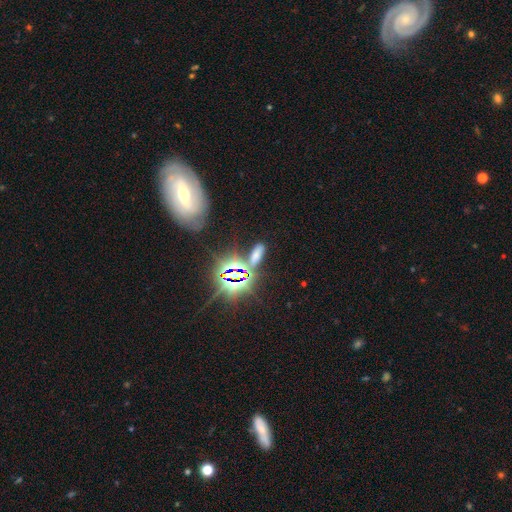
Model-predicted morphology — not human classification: This is possibly a star or artifact rather than a galaxy (46%).